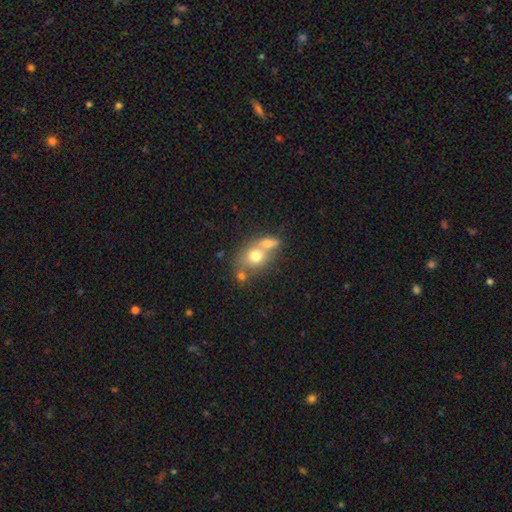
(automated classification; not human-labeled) Q: Smooth or featured?
A: smooth (70%); runner-up: featured or disk (20%)
Q: How rounded?
A: round (57%); runner-up: in between (41%)
Q: Merging?
A: merger (52%); runner-up: none (33%)